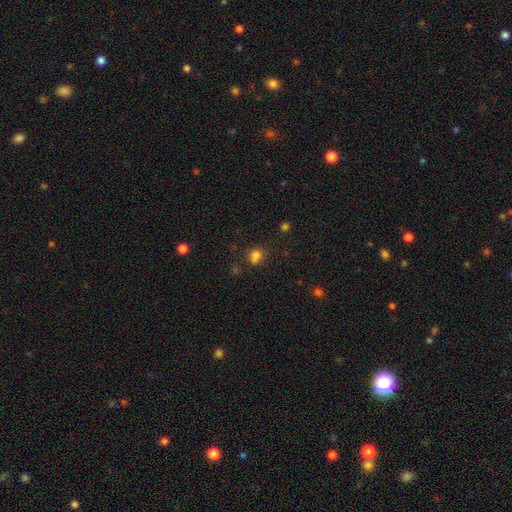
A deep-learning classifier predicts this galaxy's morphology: This appears to be a smooth galaxy with no disk features (74%) that is round (67%). Merging: none (48%).